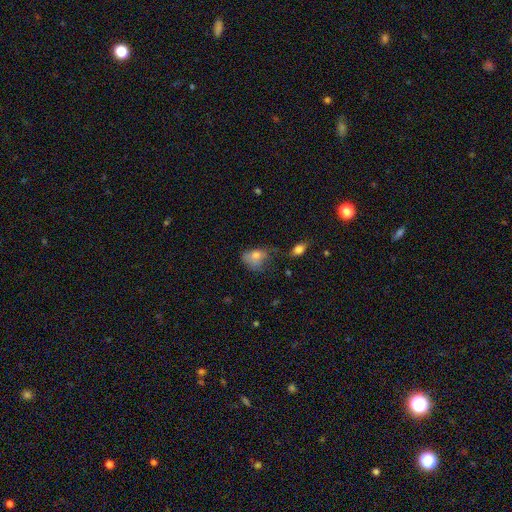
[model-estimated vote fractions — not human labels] Smooth or featured: smooth — 71% (featured or disk — 18%)
How rounded: in between — 70% (round — 28%)
Merging: minor disturbance — 32% (tied with major disturbance — 32%)